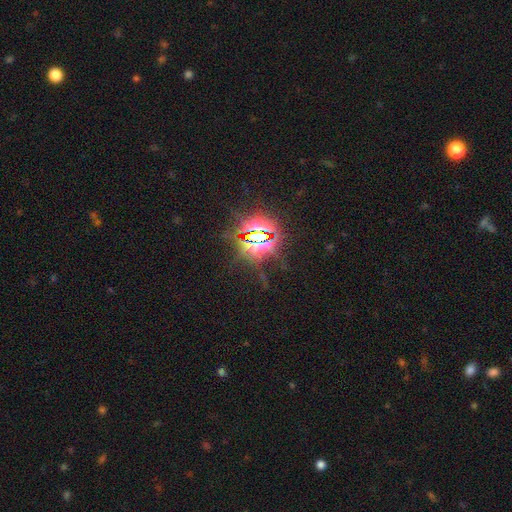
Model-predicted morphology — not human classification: Overall: star or artifact (86%).